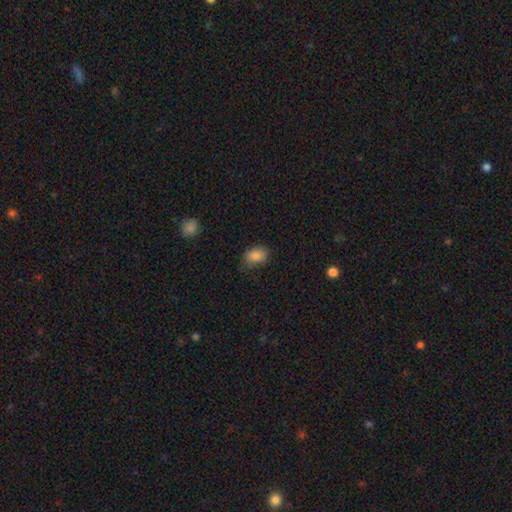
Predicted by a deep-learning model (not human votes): Smooth or featured? smooth (84%)
How rounded? in between (78%)
Merging? none (73%)